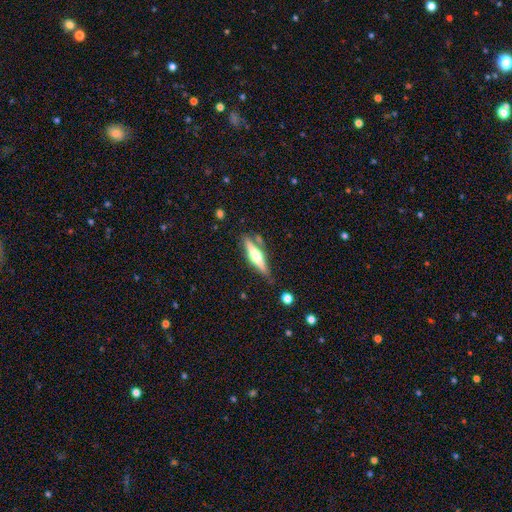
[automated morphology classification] type=featured or disk (67%); edge-on=yes (96%); edge-on bulge=rounded (93%); merging=none (80%).